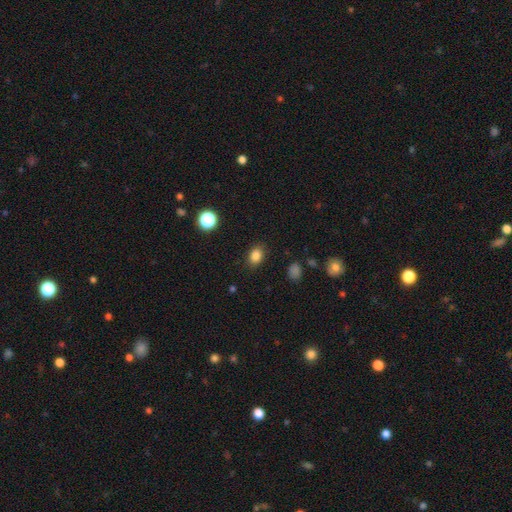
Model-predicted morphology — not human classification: Smooth or featured? Predicted: smooth (p=0.84). How rounded? Predicted: in between (p=0.68). Merging? Predicted: none (p=0.87).